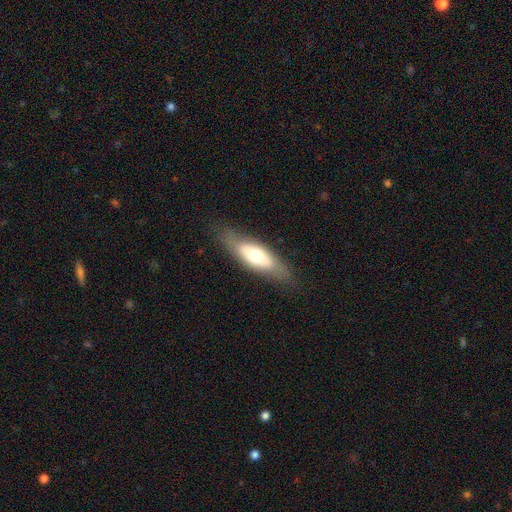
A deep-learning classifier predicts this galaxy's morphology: Smooth or featured: smooth — 54% (featured or disk — 40%)
How rounded: in between — 67% (cigar-shaped — 30%)
Merging: none — 77% (minor disturbance — 16%)